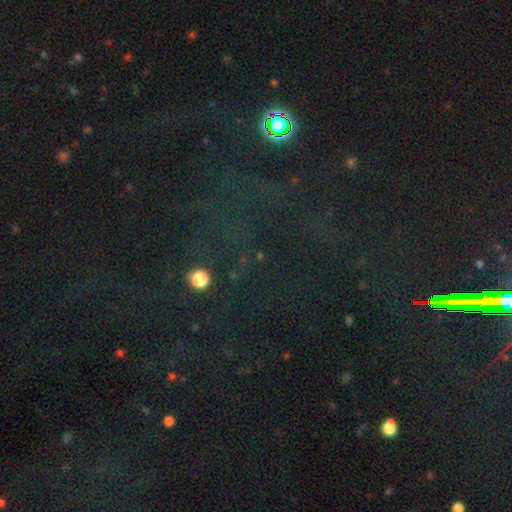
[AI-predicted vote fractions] A star or artifact, not a galaxy (74%).